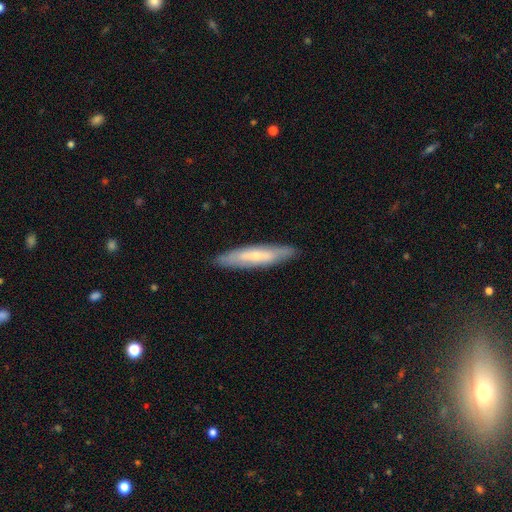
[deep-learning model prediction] smooth 48%, featured or disk 46%, star or artifact 6%. Down the decision tree: merging — none (86%).